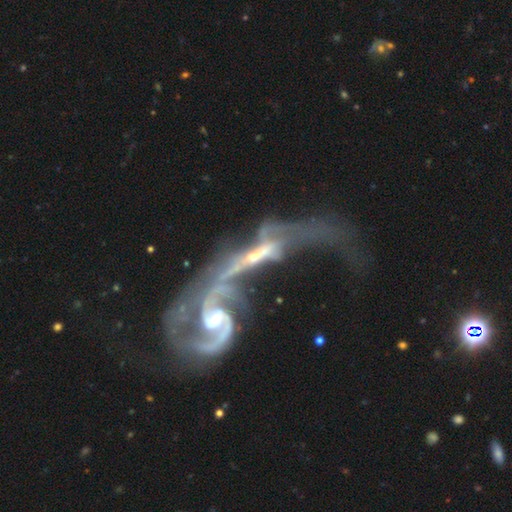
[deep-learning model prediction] Overall: featured or disk (86%). Edge-on disk: no (90%). Bar: no (44%; weak 36%). Spiral arms: yes (87%). Spiral arm count: 2 (68%). Spiral winding: loose (47%; medium 34%). Bulge size: moderate (44%; small 42%). Merging: merger (73%).